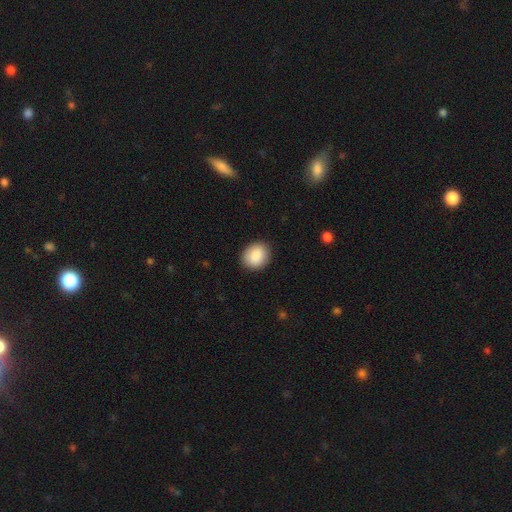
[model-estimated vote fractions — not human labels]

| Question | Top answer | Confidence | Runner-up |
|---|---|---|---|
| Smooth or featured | smooth | 88% | star or artifact (7%) |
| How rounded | round | 63% | in between (36%) |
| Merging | none | 89% | minor disturbance (8%) |